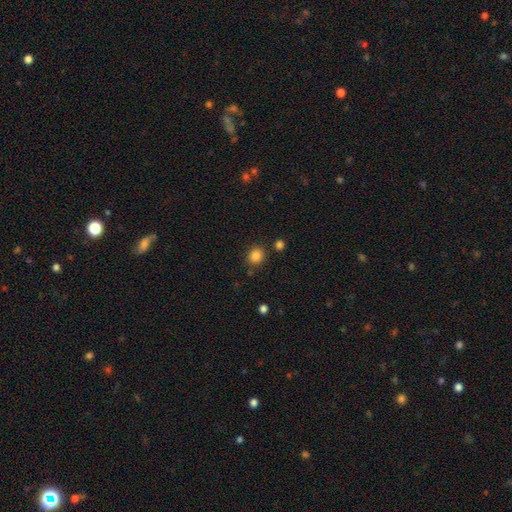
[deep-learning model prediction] Morphology: type=smooth (85%); roundness=round (80%); merging=none (84%).